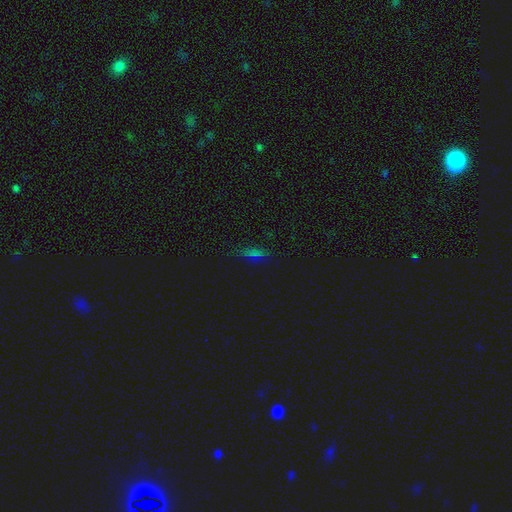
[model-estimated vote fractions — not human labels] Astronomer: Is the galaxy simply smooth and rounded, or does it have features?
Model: smooth — 55% (runner-up: star or artifact, 32%).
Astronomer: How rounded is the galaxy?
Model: cigar-shaped — 64%.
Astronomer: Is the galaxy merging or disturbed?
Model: none — 82%.